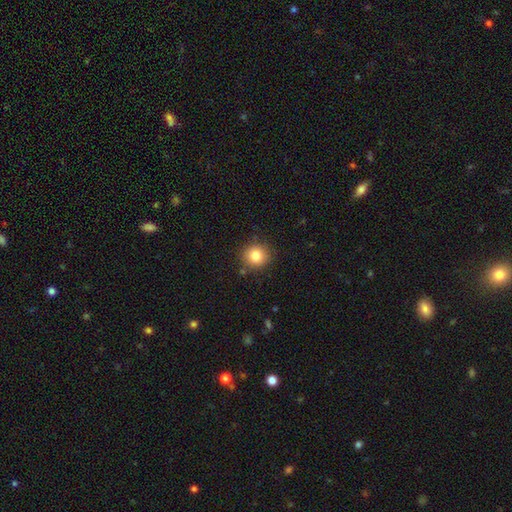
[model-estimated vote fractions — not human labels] This appears to be a smooth galaxy with no disk features (82%) that is round (91%). Merging: none (86%).